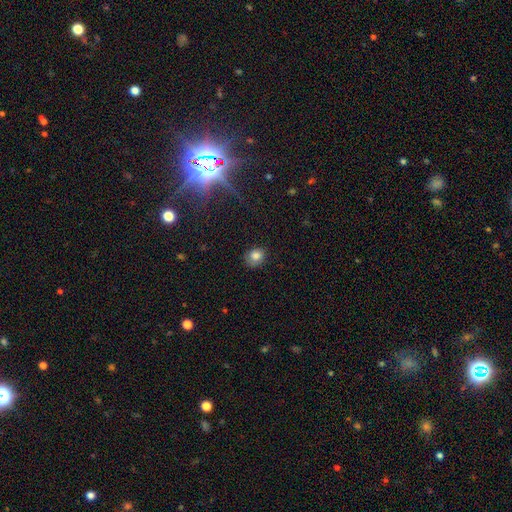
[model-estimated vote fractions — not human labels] Smooth or featured? smooth (82%)
How rounded? round (66%)
Merging? none (74%)